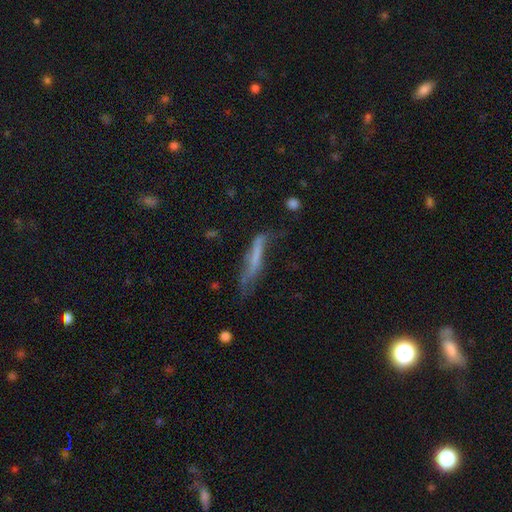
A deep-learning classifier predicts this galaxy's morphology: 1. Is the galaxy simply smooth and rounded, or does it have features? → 48% smooth, 42% featured or disk, 10% star or artifact.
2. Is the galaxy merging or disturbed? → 37% none, 29% minor disturbance, 28% major disturbance, 6% merger.